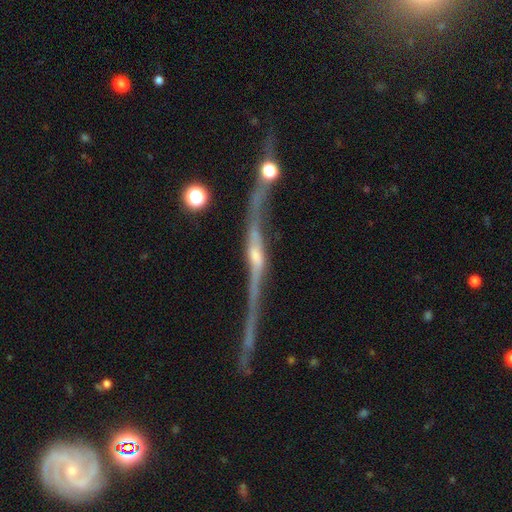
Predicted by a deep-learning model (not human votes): featured or disk 85%, star or artifact 9%, smooth 6%. Down the decision tree: edge-on disk — yes (85%); edge-on bulge — rounded (79%); merging — none (56%).